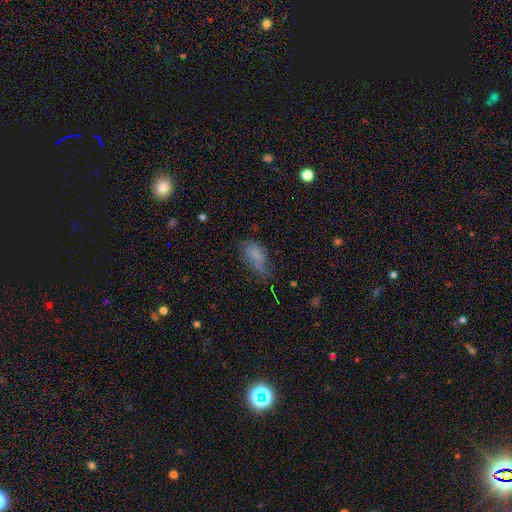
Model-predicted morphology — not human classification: Smooth or featured?
  - smooth: 69% *
  - featured or disk: 18%
  - star or artifact: 13%
How rounded?
  - in between: 88% *
  - round: 6%
  - cigar-shaped: 5%
Merging?
  - none: 36% *
  - minor disturbance: 34%
  - major disturbance: 27%
  - merger: 3%